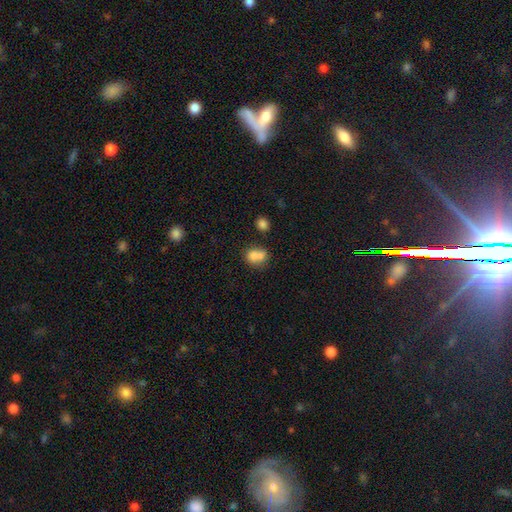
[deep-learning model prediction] Smooth or featured? Predicted: smooth (p=0.72). How rounded? Predicted: round (p=0.63). Merging? Predicted: merger (p=0.60).